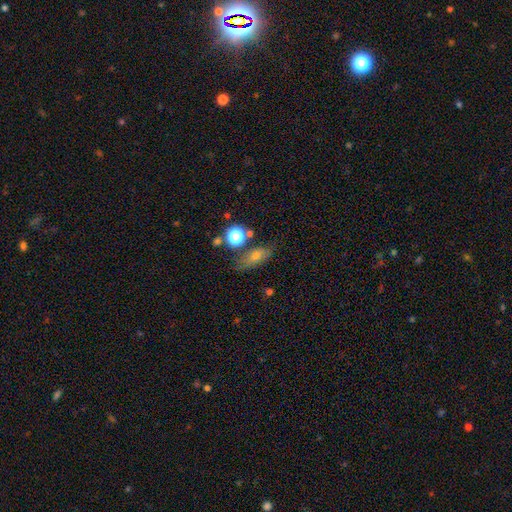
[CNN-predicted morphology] type=smooth (61%); roundness=in between (65%); merging=none (68%).